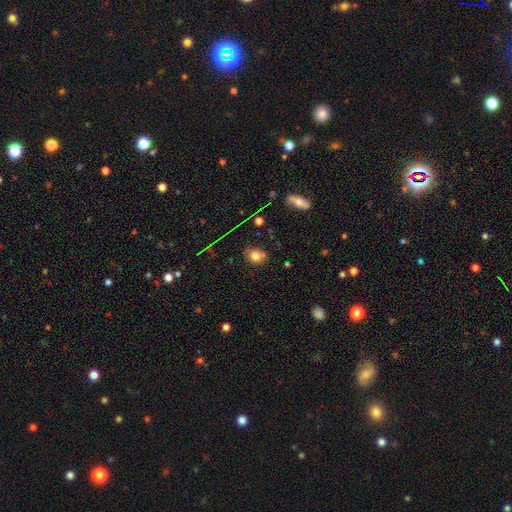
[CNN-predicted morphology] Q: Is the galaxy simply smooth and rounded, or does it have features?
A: smooth — 76%.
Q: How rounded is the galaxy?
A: round — 53%.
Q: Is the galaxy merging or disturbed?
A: none — 76%.